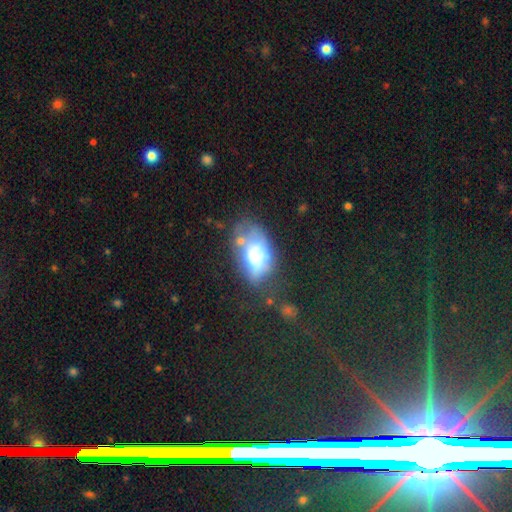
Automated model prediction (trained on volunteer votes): smooth 54%, featured or disk 37%, star or artifact 10%. Down the decision tree: how rounded — in between (89%); merging — none (28%, tied with major disturbance).